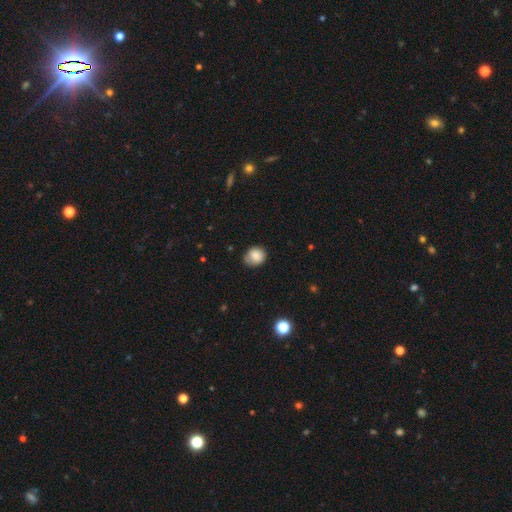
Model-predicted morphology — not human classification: smooth_or_featured: smooth (p=0.82) [alt: featured or disk p=0.10]
how_rounded: round (p=0.71) [alt: in between p=0.28]
merging: none (p=0.69) [alt: minor disturbance p=0.25]